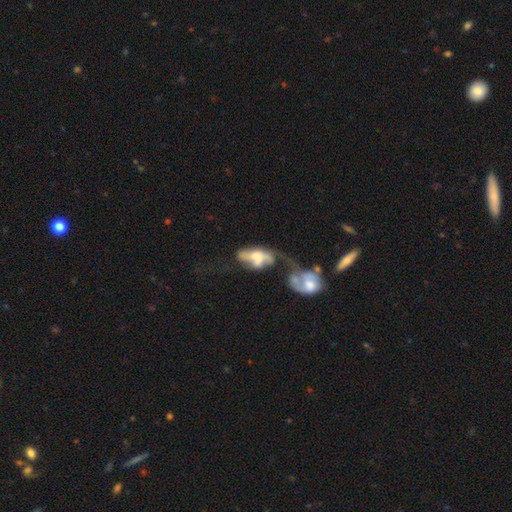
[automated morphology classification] The model was most divided on "spiral arms": yes: 53%, no: 47%. Remaining: edge-on disk — no (90%); bar — no (67%); smooth or featured — featured or disk (60%); merging — merger (58%); bulge size — moderate (45%).